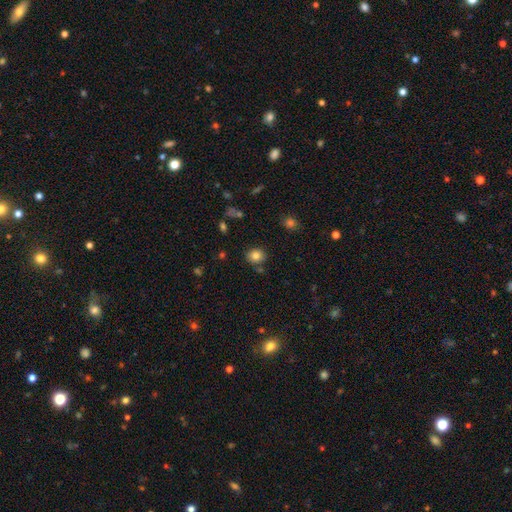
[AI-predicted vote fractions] This appears to be a smooth galaxy with no disk features (82%) that is round (68%). Merging: none (81%).